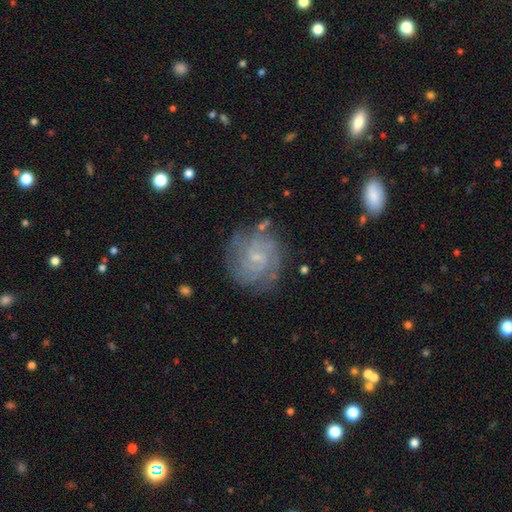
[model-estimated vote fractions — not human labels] A featured or disk galaxy (77%) with no bar (53%), tight (65%) spiral arms (94%) and a small central bulge (71%). Merging: none (77%).